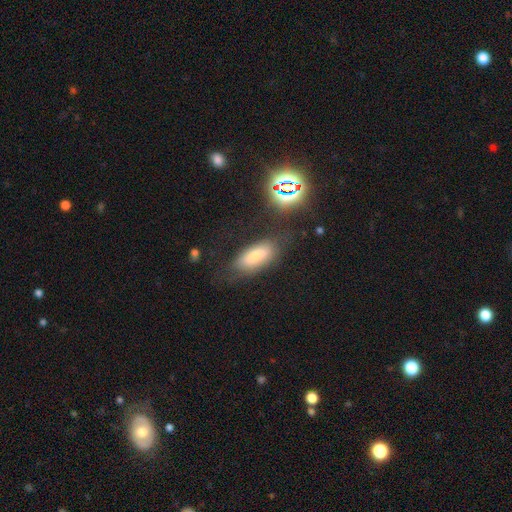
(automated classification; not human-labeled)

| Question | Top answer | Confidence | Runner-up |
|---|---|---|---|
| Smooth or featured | smooth | 74% | featured or disk (15%) |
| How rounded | in between | 75% | cigar-shaped (22%) |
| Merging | none | 68% | minor disturbance (19%) |